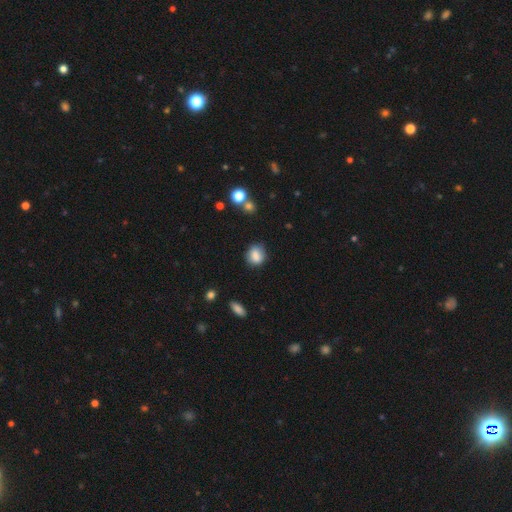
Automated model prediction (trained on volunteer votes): smooth-or-featured: smooth: 83% | star or artifact: 9% | featured or disk: 8%
  how-rounded: round: 53% | in between: 46% | cigar-shaped: 2%
  merging: none: 76% | minor disturbance: 17% | major disturbance: 4% | merger: 3%